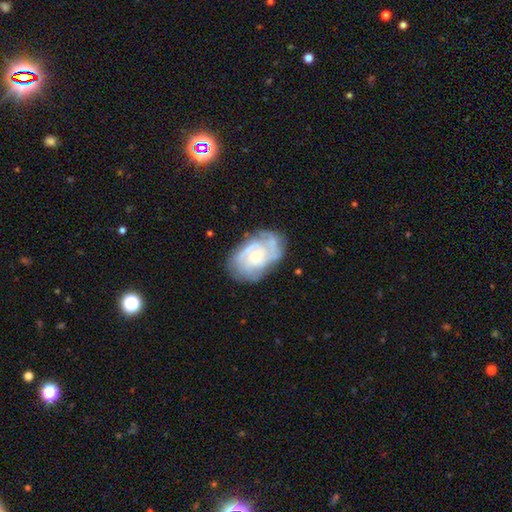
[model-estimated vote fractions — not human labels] Smooth or featured? featured or disk (81%)
Edge-on disk? no (97%)
Bar? no (65%)
Spiral arms? yes (94%)
Spiral winding? tight (63%)
Spiral arm count? can't tell (33%)
Bulge size? small (53%)
Merging? none (72%)